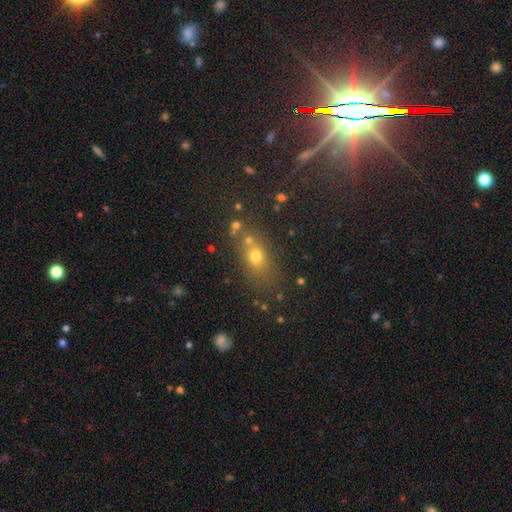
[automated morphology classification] The model was most divided on "how rounded": in between: 52%, round: 42%, cigar-shaped: 7%. More confident: smooth or featured — smooth (63%); merging — none (62%).